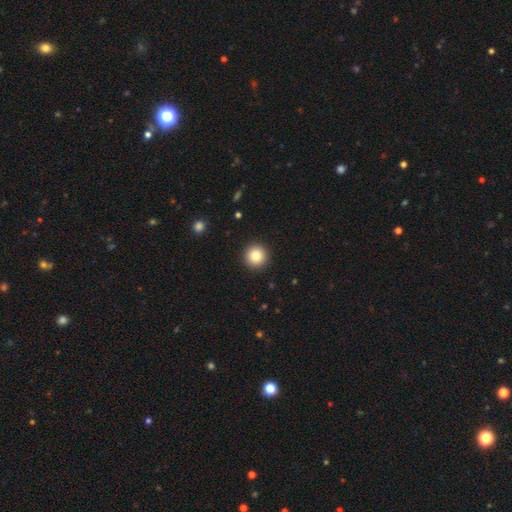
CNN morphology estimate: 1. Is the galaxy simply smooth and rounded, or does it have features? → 84% smooth, 10% star or artifact, 7% featured or disk.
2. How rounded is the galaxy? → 96% round, 3% in between, 1% cigar-shaped.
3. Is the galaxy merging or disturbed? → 93% none, 5% minor disturbance, 2% major disturbance, 1% merger.